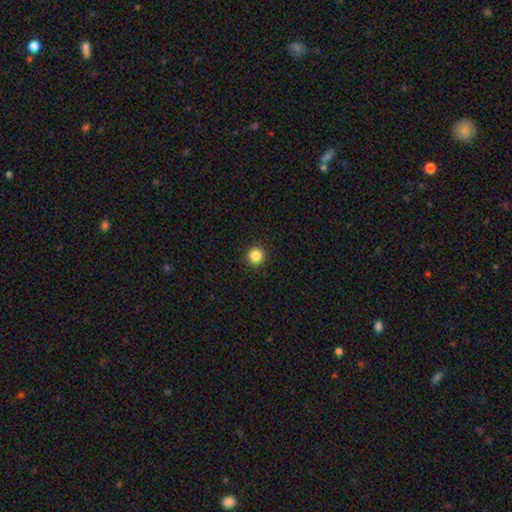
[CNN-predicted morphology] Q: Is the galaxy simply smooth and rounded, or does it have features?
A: smooth — 86%.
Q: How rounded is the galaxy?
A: round — 96%.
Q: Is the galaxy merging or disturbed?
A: none — 93%.